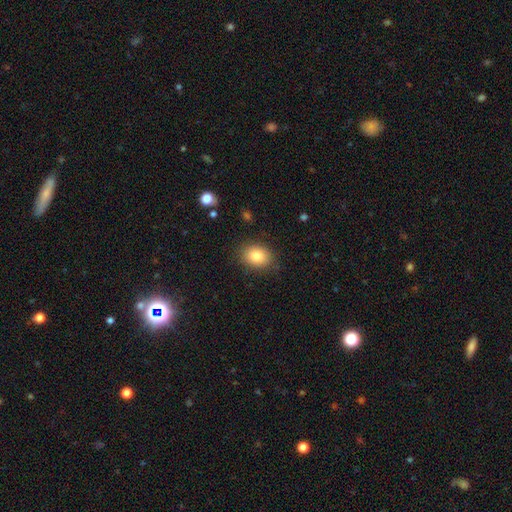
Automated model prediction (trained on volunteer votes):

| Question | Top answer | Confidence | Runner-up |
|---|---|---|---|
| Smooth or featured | smooth | 83% | star or artifact (9%) |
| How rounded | in between | 61% | round (38%) |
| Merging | none | 86% | minor disturbance (10%) |